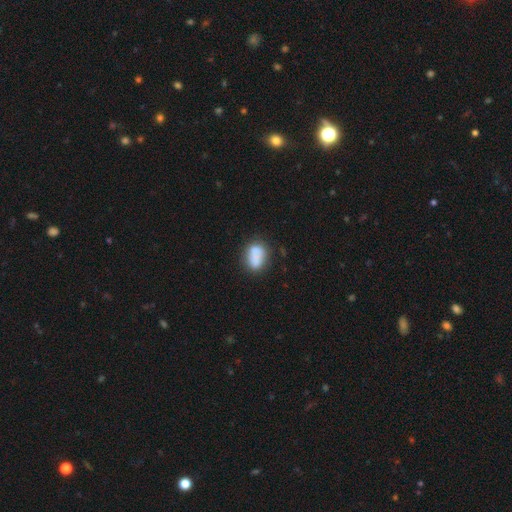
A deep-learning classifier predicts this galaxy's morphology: smooth-or-featured: smooth: 74% | featured or disk: 18% | star or artifact: 9%
  how-rounded: in between: 77% | round: 21% | cigar-shaped: 2%
  merging: none: 53% | minor disturbance: 21% | merger: 19% | major disturbance: 8%